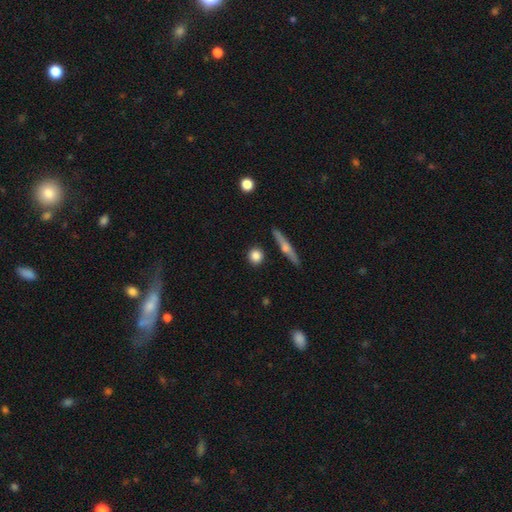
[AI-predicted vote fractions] Smooth or featured? smooth (80%)
How rounded? round (88%)
Merging? none (88%)